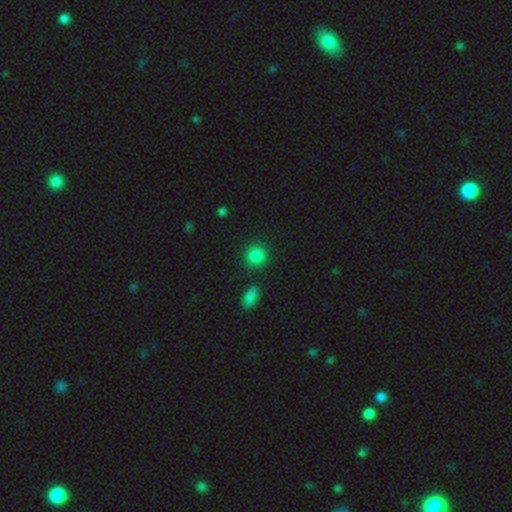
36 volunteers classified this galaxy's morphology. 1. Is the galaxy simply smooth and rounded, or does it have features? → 89% smooth, 8% featured or disk, 3% star or artifact.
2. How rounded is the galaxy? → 84% round, 16% in between, 0% cigar-shaped.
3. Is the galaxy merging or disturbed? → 89% none, 9% minor disturbance, 3% merger, 0% major disturbance.